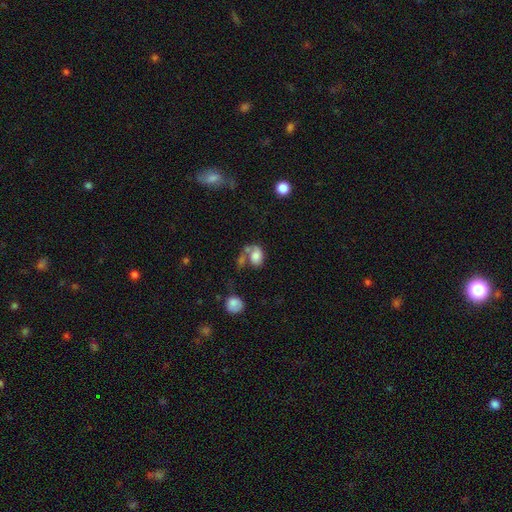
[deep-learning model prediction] A smooth galaxy with no disk features (69%) that is in between round and cigar-shaped (73%). Merging: merger (34%).